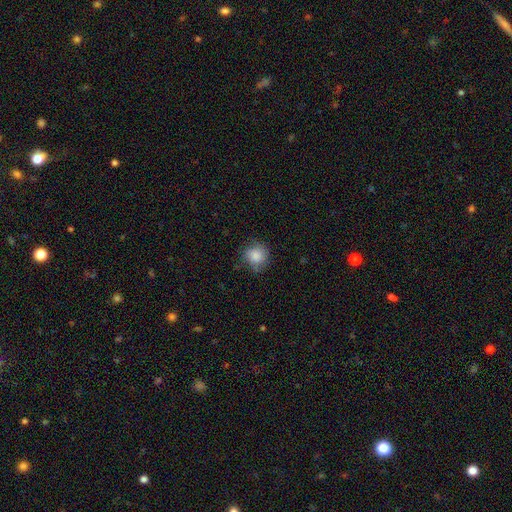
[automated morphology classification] This appears to be a smooth galaxy with no disk features (85%) that is round (85%). Merging: none (73%).